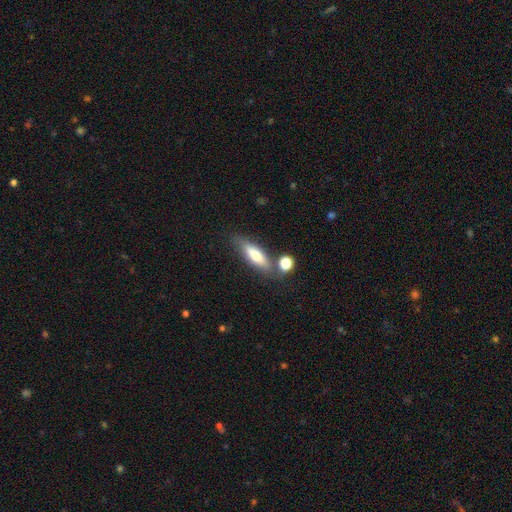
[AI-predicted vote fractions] This appears to be a smooth galaxy with no disk features (64%) that is cigar-shaped (49%). Merging: none (68%).